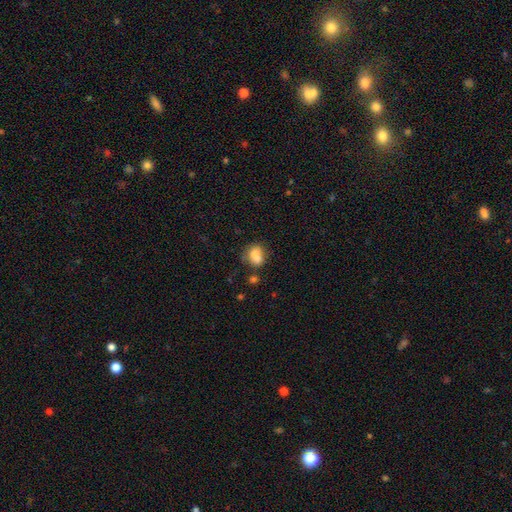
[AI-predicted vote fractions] Smooth or featured: smooth — 79% (featured or disk — 11%)
How rounded: in between — 65% (round — 32%)
Merging: none — 53% (minor disturbance — 24%)